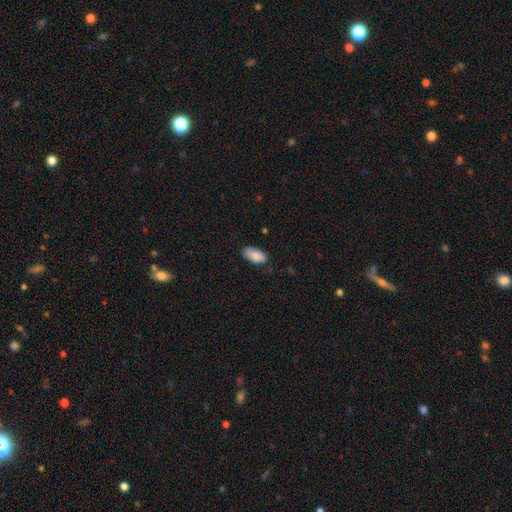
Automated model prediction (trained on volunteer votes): smooth_or_featured: smooth (p=0.86) [alt: featured or disk p=0.08]
how_rounded: in between (p=0.94) [alt: cigar-shaped p=0.04]
merging: none (p=0.76) [alt: minor disturbance p=0.20]